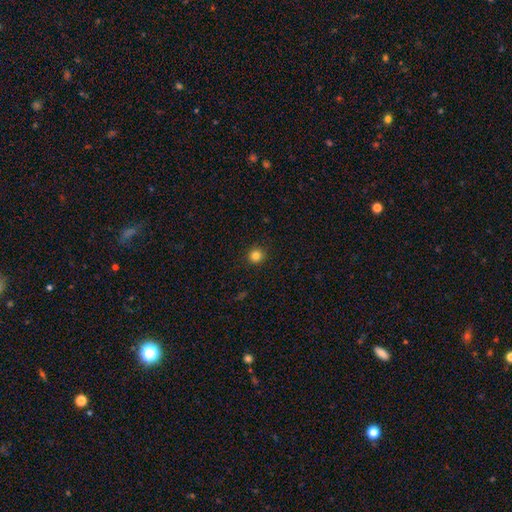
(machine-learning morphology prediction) A smooth galaxy with no disk features (83%) that is round (92%).

Vote fractions:
- Smooth or featured? smooth: 83% / star or artifact: 12% / featured or disk: 5%
- How rounded? round: 92% / in between: 7% / cigar-shaped: 1%
- Merging? none: 92% / minor disturbance: 5% / major disturbance: 2% / merger: 1%